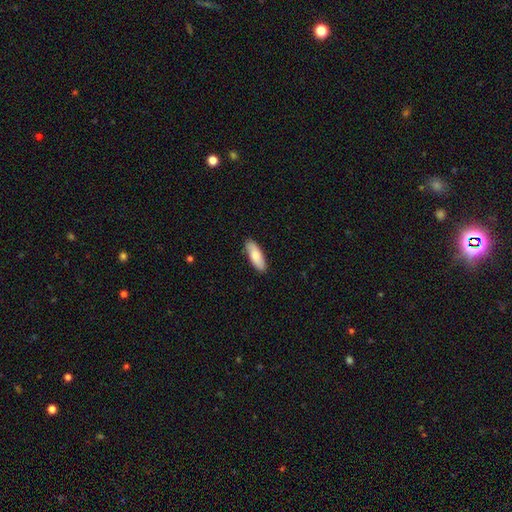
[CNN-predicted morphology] type=smooth (83%); roundness=in between (65%); merging=none (87%).